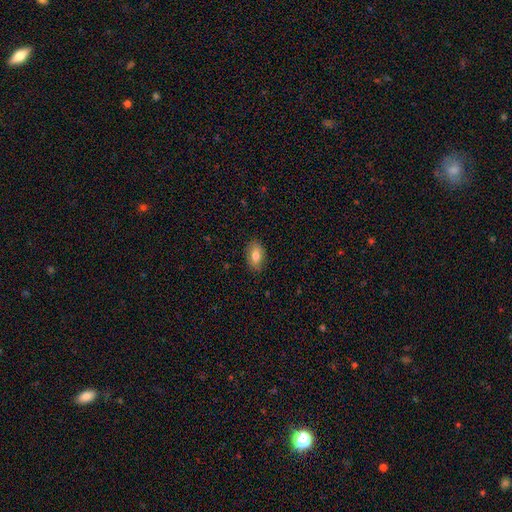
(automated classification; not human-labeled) Q: Smooth or featured?
A: smooth (76%); runner-up: featured or disk (16%)
Q: How rounded?
A: in between (88%); runner-up: round (10%)
Q: Merging?
A: none (86%); runner-up: minor disturbance (11%)